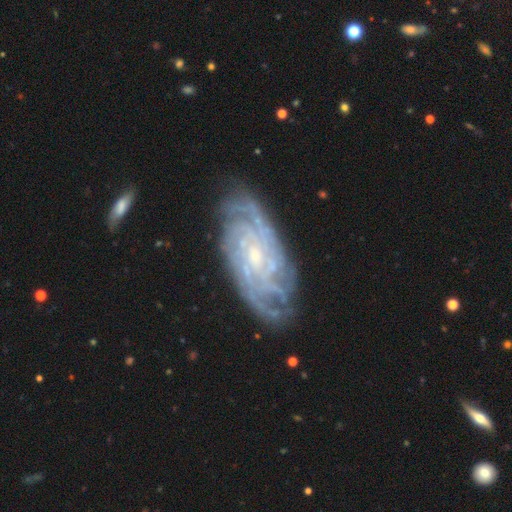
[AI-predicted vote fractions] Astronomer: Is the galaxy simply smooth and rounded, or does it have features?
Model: featured or disk — 89%.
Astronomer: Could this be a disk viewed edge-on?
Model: no — 95%.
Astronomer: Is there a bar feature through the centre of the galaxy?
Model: no — 61%.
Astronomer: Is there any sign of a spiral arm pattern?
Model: yes — 98%.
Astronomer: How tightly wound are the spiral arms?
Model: tight — 76%.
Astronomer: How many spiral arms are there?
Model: can't tell — 28% (runner-up: 4, 25%).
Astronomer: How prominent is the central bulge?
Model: small — 70%.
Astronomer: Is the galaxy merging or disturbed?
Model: none — 78%.